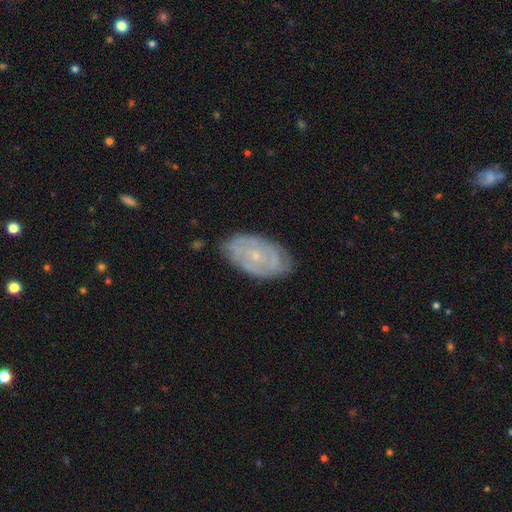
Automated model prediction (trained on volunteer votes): Smooth or featured: featured or disk — 68% (smooth — 25%)
Edge-on disk: no — 93% (yes — 7%)
Bar: no — 76% (weak — 20%)
Spiral arms: yes — 69% (no — 31%)
Bulge size: small — 77% (moderate — 19%)
Merging: none — 79% (minor disturbance — 16%)